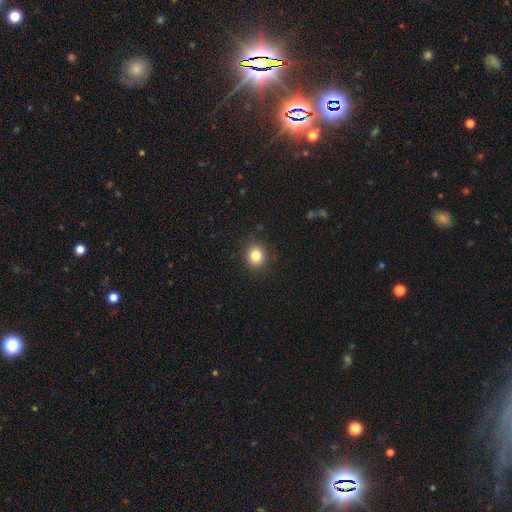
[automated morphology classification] A smooth galaxy with no disk features (83%) that is round (80%). Merging: none (88%).